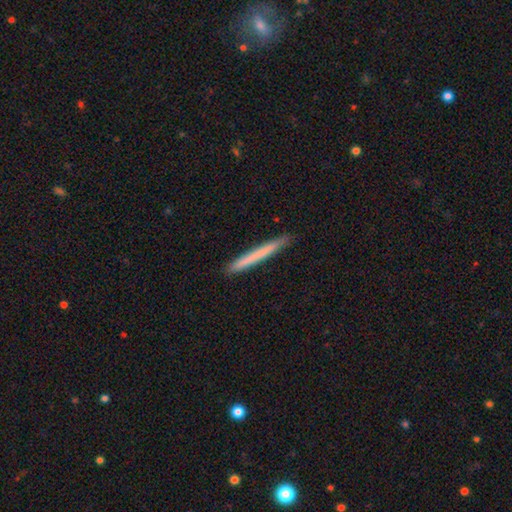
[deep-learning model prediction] A smooth galaxy with no disk features (68%) that is cigar-shaped (97%). Merging: none (91%).